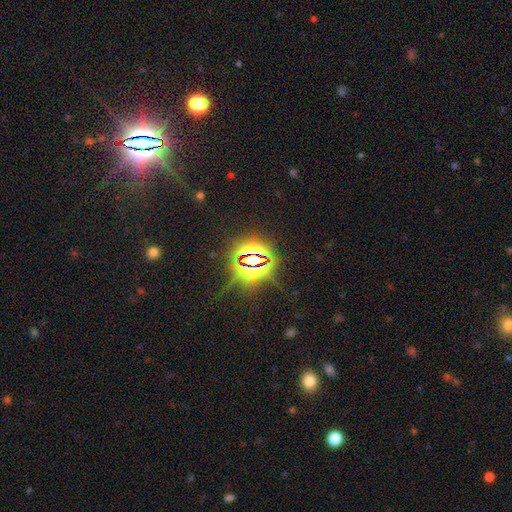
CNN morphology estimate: This is clearly a star or artifact rather than a galaxy (84%).